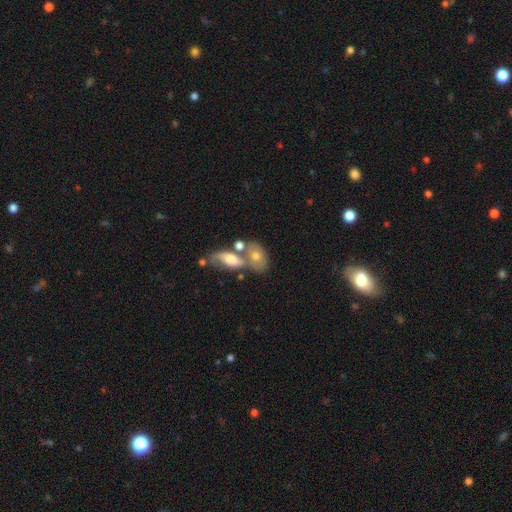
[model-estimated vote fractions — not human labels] The model was most divided on "merging": merger: 52%, none: 30%, minor disturbance: 11%, major disturbance: 7%. More confident: how rounded — in between (85%); smooth or featured — smooth (57%).